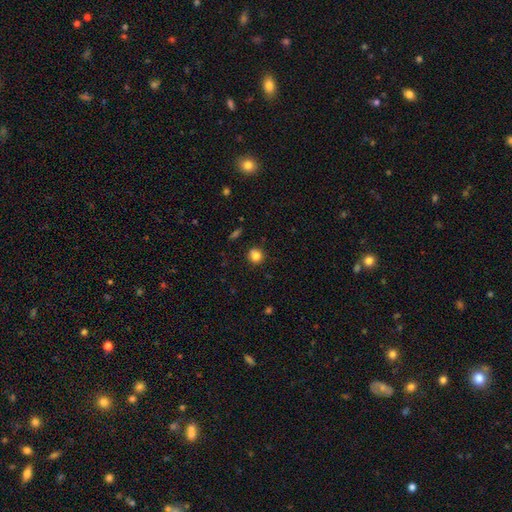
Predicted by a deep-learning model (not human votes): smooth_or_featured: smooth (p=0.84) [alt: star or artifact p=0.11]
how_rounded: round (p=0.91) [alt: in between p=0.08]
merging: none (p=0.90) [alt: minor disturbance p=0.07]